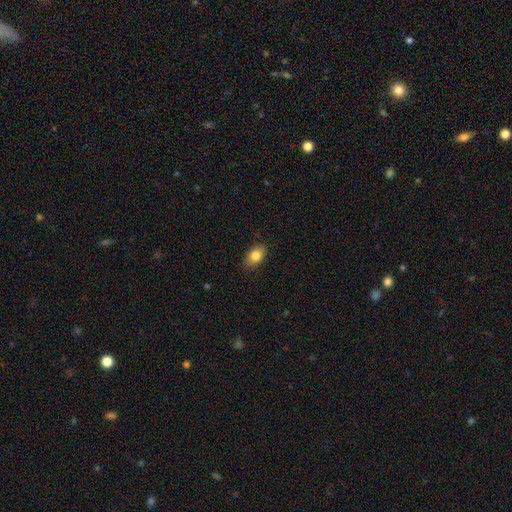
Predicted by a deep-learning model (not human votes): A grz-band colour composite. It shows a smooth galaxy with no disk features (83%) that is in between round and cigar-shaped (86%). Merging: none (85%).